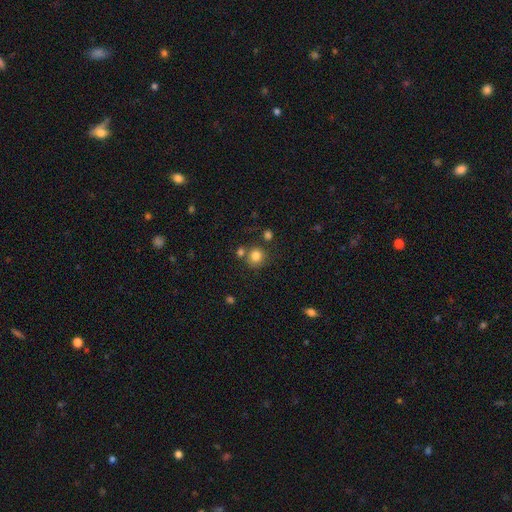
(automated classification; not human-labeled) Smooth or featured: smooth — 81% (star or artifact — 12%)
How rounded: round — 90% (in between — 9%)
Merging: none — 69% (merger — 17%)